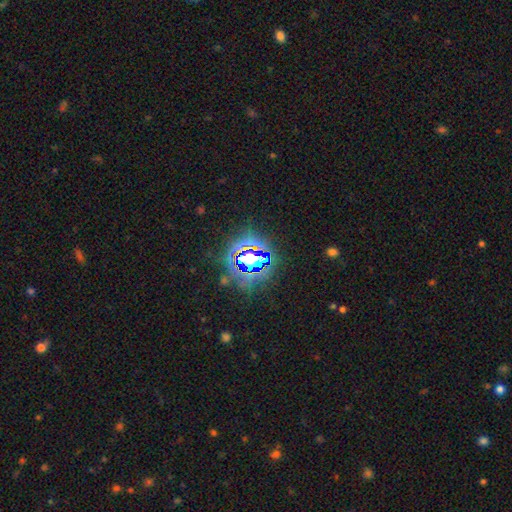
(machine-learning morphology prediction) A star or artifact, not a galaxy (76%).

Vote fractions:
- Smooth or featured? star or artifact: 76% / smooth: 14% / featured or disk: 10%